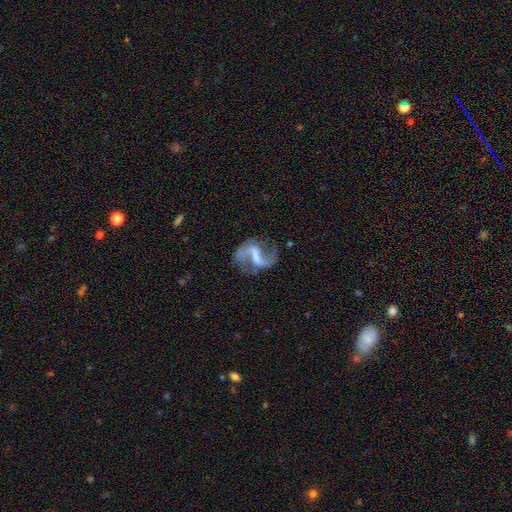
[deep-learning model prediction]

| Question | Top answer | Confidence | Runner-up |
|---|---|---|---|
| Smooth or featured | featured or disk | 87% | smooth (7%) |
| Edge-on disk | no | 98% | yes (2%) |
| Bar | strong | 44% | weak (42%) |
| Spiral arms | yes | 94% | no (6%) |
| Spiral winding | loose | 61% | medium (33%) |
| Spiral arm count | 2 | 91% | 1 (3%) |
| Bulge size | none | 50% | small (24%) |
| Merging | none | 68% | minor disturbance (16%) |